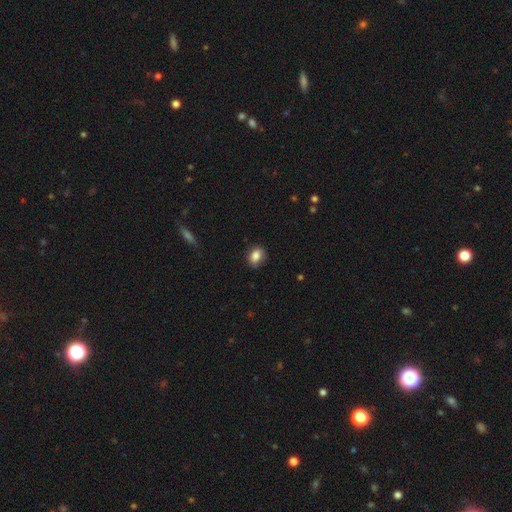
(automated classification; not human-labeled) This appears to be a smooth galaxy with no disk features (84%) that is in between round and cigar-shaped (62%). Merging: none (81%).